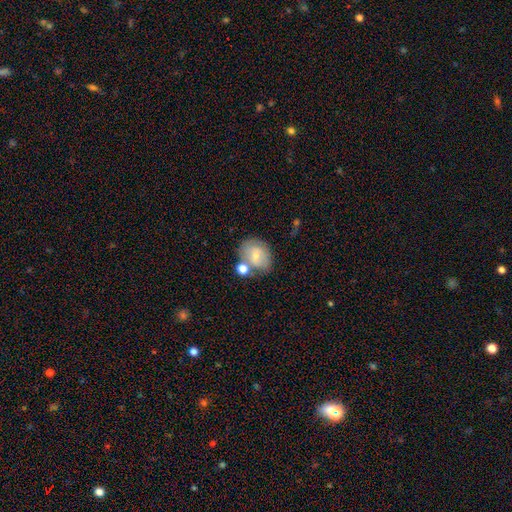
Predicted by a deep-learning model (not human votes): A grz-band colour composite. It shows a smooth galaxy with no disk features (62%) that is round (50%). Merging: none (50%).